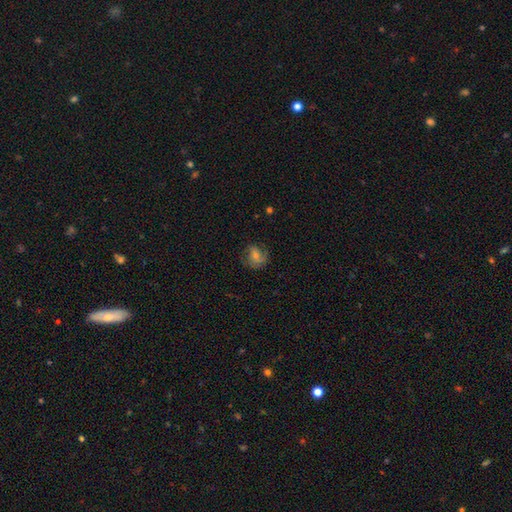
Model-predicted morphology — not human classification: Smooth or featured?
  - featured or disk: 51% *
  - smooth: 35%
  - star or artifact: 13%
Edge-on disk?
  - no: 96% *
  - yes: 4%
Merging?
  - none: 71% *
  - minor disturbance: 19%
  - major disturbance: 9%
  - merger: 1%